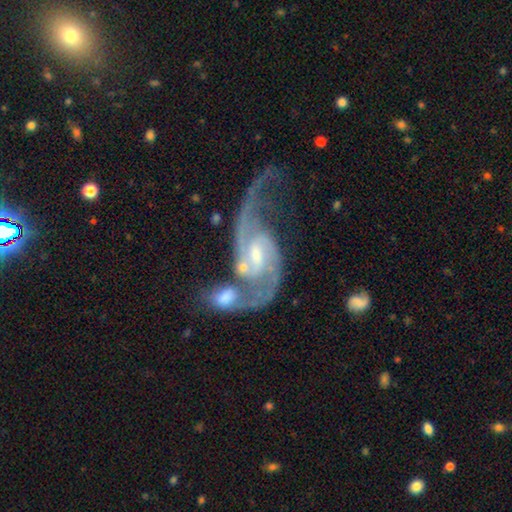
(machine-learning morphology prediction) smooth-or-featured: featured or disk: 91% | star or artifact: 5% | smooth: 4%
  disk-edge-on: no: 97% | yes: 3%
    bar: weak: 52% | no: 25% | strong: 23%
    has-spiral-arms: yes: 97% | no: 3%
      spiral-winding: medium: 45% | loose: 40% | tight: 15%
      spiral-arm-count: 2: 89% | can't tell: 4% | 1: 3% | 3: 2% | 4: 1% | more than 4: 1%
    bulge-size: small: 45% | moderate: 41% | none: 8% | large: 5% | dominant: 1%
  merging: merger: 46% | none: 25% | major disturbance: 16% | minor disturbance: 13%